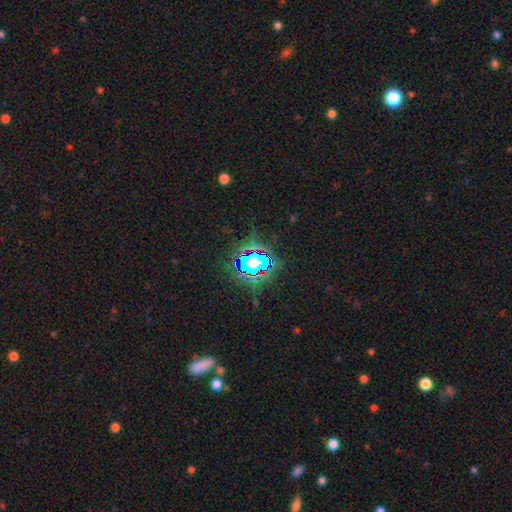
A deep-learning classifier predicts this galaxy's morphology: Smooth or featured? Predicted: star or artifact (p=0.79).